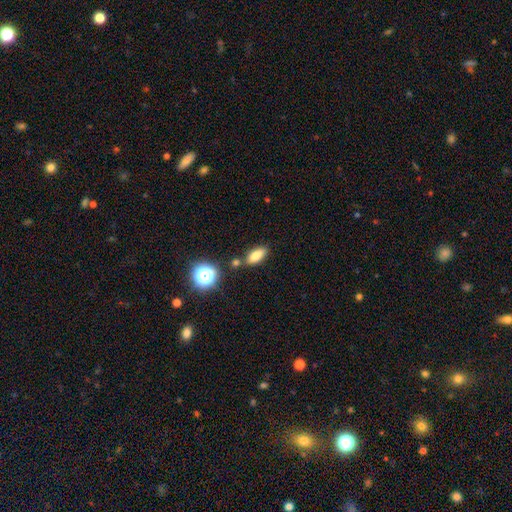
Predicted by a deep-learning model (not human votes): Smooth or featured?
  - smooth: 77% *
  - star or artifact: 12%
  - featured or disk: 11%
How rounded?
  - in between: 78% *
  - cigar-shaped: 15%
  - round: 7%
Merging?
  - none: 75% *
  - minor disturbance: 12%
  - merger: 10%
  - major disturbance: 3%